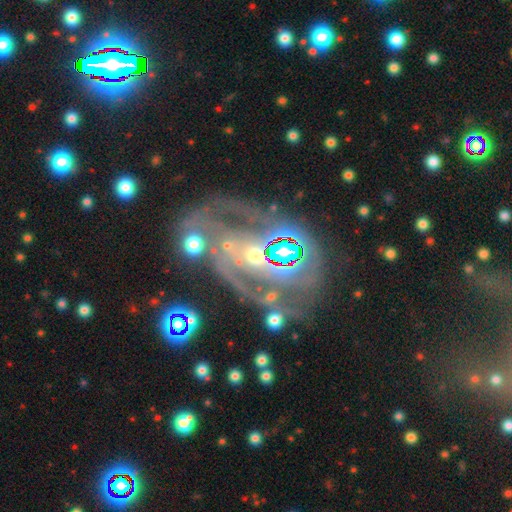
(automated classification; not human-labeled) smooth-or-featured: featured or disk: 66% | star or artifact: 17% | smooth: 17%
  disk-edge-on: no: 94% | yes: 6%
    bar: no: 58% | weak: 21% | strong: 20%
    has-spiral-arms: yes: 75% | no: 25%
    bulge-size: moderate: 49% | small: 30% | large: 12% | dominant: 5% | none: 4%
  merging: none: 32% | merger: 30% | major disturbance: 23% | minor disturbance: 15%